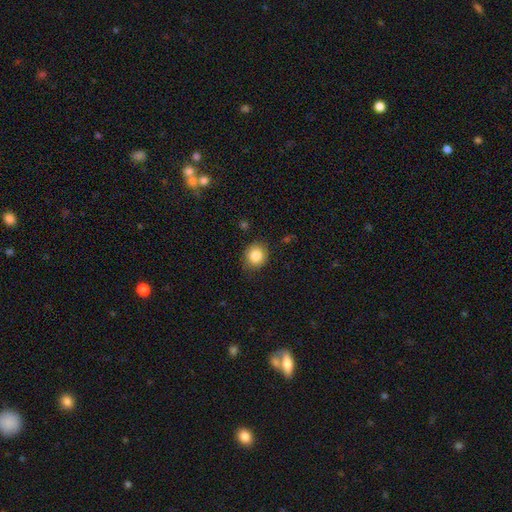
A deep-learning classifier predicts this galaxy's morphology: Smooth or featured? smooth (84%)
How rounded? round (78%)
Merging? none (85%)